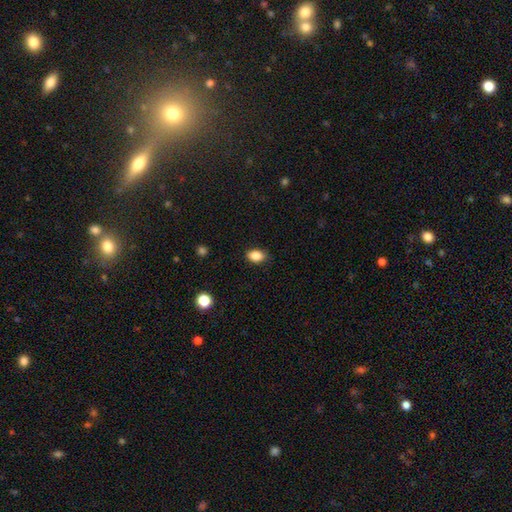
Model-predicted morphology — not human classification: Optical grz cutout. It shows a smooth galaxy with no disk features (86%) that is in between round and cigar-shaped (83%). Merging: none (86%).